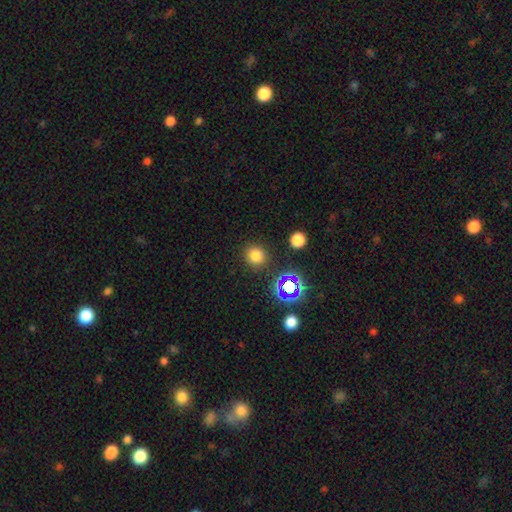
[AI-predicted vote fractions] Q: Smooth or featured?
A: smooth (74%); runner-up: star or artifact (20%)
Q: How rounded?
A: round (90%); runner-up: in between (9%)
Q: Merging?
A: none (87%); runner-up: minor disturbance (7%)